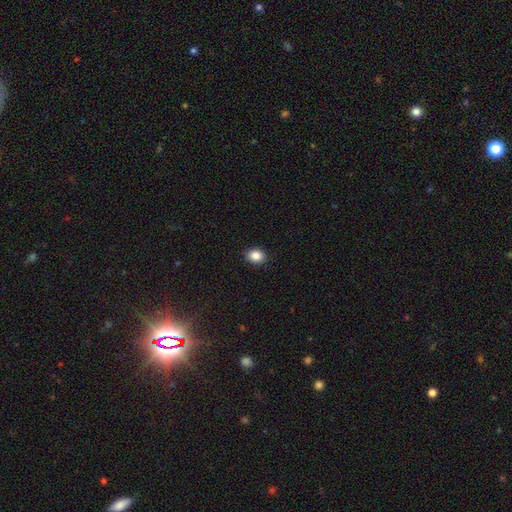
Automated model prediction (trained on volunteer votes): This appears to be a smooth galaxy with no disk features (87%) that is in between round and cigar-shaped (56%). Merging: none (90%).